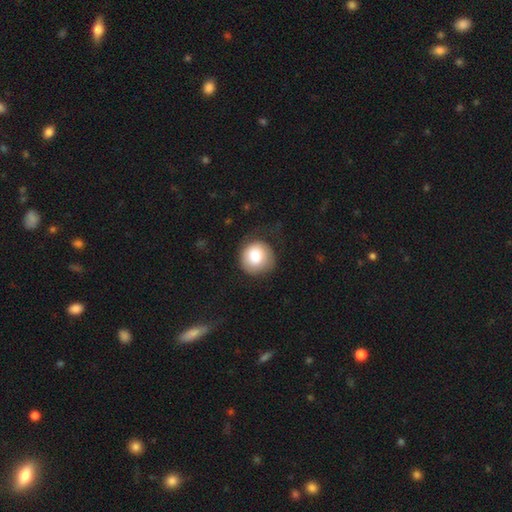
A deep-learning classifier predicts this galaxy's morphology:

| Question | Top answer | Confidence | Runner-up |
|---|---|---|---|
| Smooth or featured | smooth | 79% | featured or disk (14%) |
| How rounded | round | 91% | in between (8%) |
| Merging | none | 63% | minor disturbance (22%) |